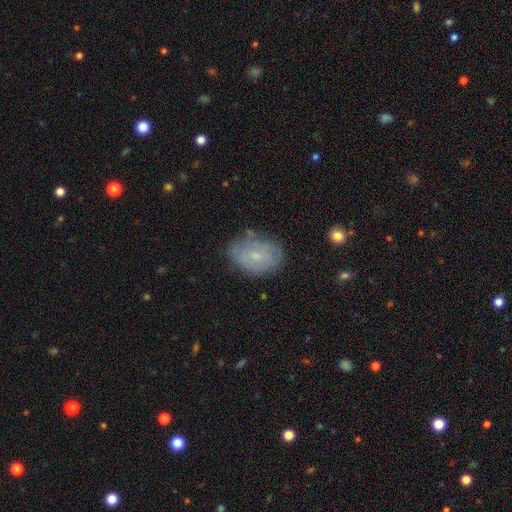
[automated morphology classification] smooth_or_featured: smooth (p=0.54) [alt: featured or disk p=0.37]
how_rounded: in between (p=0.79) [alt: round p=0.20]
merging: none (p=0.70) [alt: minor disturbance p=0.22]